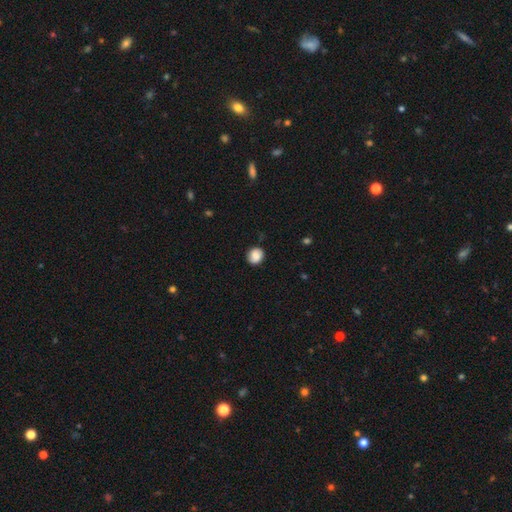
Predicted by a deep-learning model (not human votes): Smooth or featured: smooth — 83% (featured or disk — 9%)
How rounded: round — 78% (in between — 21%)
Merging: none — 83% (minor disturbance — 13%)